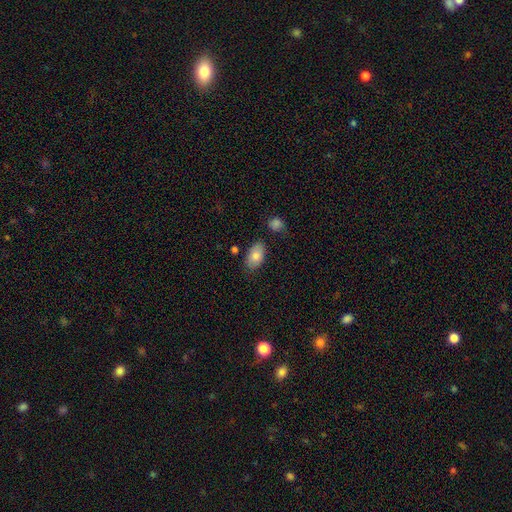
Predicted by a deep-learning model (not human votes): A smooth galaxy with no disk features (79%) that is in between round and cigar-shaped (93%).

Vote fractions:
- Smooth or featured? smooth: 79% / featured or disk: 14% / star or artifact: 7%
- How rounded? in between: 93% / round: 6% / cigar-shaped: 2%
- Merging? none: 78% / minor disturbance: 14% / merger: 4% / major disturbance: 3%